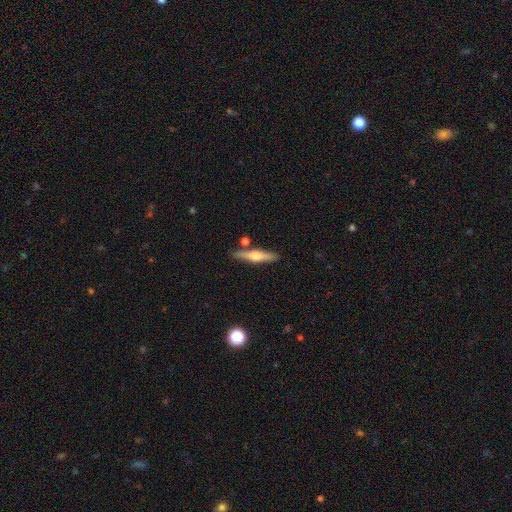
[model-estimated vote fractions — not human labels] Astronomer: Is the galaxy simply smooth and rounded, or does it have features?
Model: featured or disk — 56% (runner-up: smooth, 38%).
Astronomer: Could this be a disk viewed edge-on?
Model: yes — 96%.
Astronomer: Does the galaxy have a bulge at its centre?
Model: rounded — 89%.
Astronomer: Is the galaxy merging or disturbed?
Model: none — 84%.